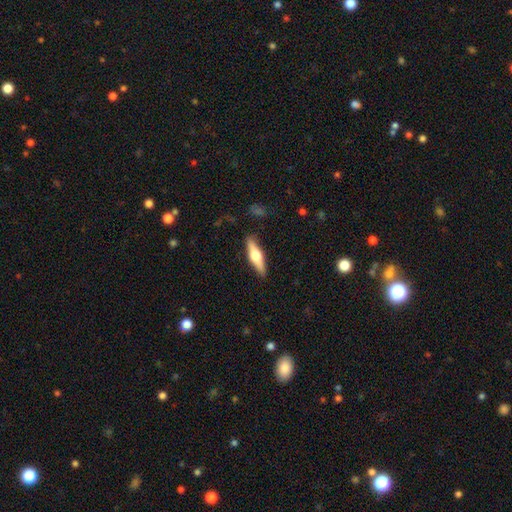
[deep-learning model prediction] Smooth or featured: featured or disk — 56% (smooth — 39%)
Edge-on disk: yes — 95% (no — 5%)
Edge-on bulge: rounded — 94% (boxy — 4%)
Merging: none — 88% (minor disturbance — 8%)